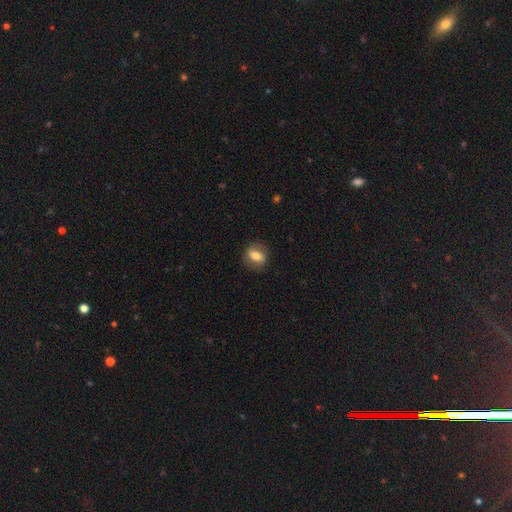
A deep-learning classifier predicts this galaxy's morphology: This appears to be a smooth galaxy with no disk features (67%) that is in between round and cigar-shaped (63%). Merging: none (80%).